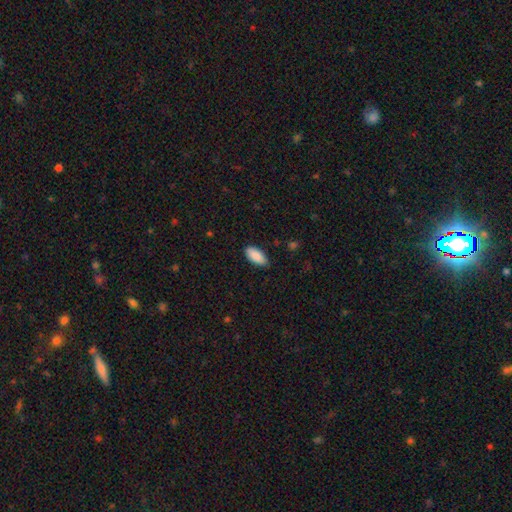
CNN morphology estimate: smooth-or-featured: smooth: 89% | star or artifact: 6% | featured or disk: 5%
  how-rounded: in between: 90% | cigar-shaped: 8% | round: 2%
  merging: none: 80% | minor disturbance: 16% | major disturbance: 2% | merger: 1%